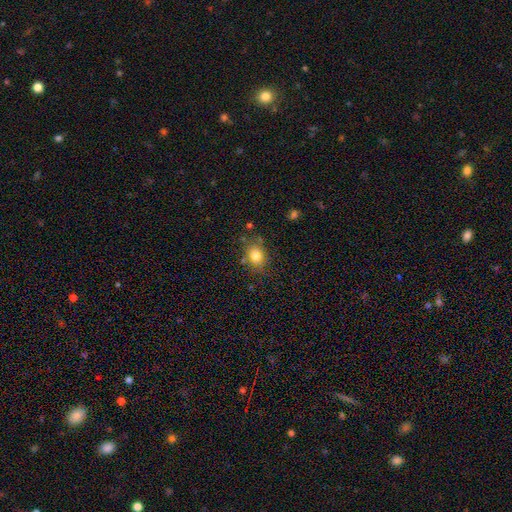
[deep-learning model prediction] Smooth or featured? smooth (80%)
How rounded? round (52%)
Merging? none (75%)